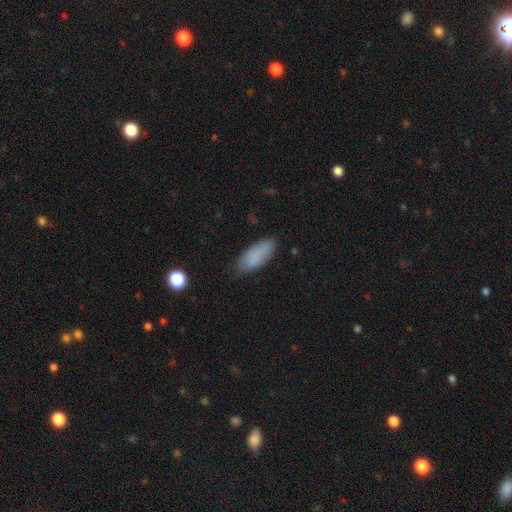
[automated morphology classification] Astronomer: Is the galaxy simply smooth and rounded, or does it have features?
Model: smooth — 84%.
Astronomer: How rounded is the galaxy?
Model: in between — 77%.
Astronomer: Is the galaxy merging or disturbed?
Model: none — 76%.